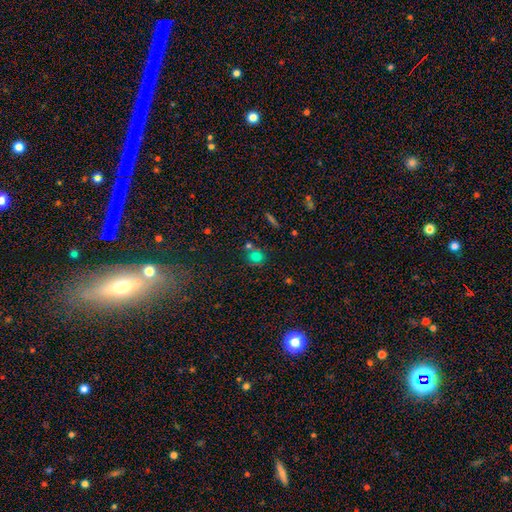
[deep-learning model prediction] Smooth or featured: smooth — 69% (star or artifact — 20%)
How rounded: round — 79% (in between — 19%)
Merging: none — 56% (merger — 27%)